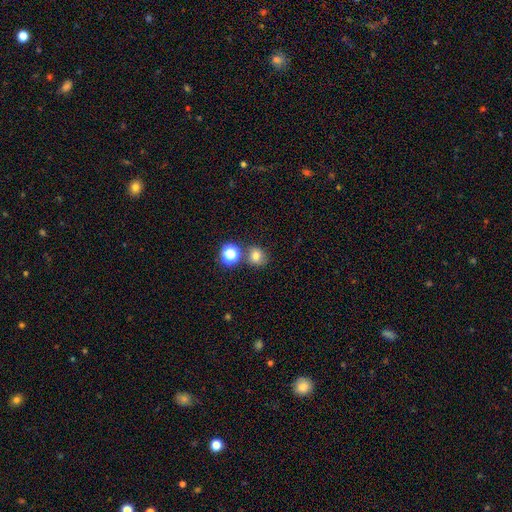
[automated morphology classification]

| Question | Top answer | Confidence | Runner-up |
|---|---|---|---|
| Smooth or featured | smooth | 74% | star or artifact (18%) |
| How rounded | round | 78% | in between (21%) |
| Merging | none | 69% | merger (17%) |